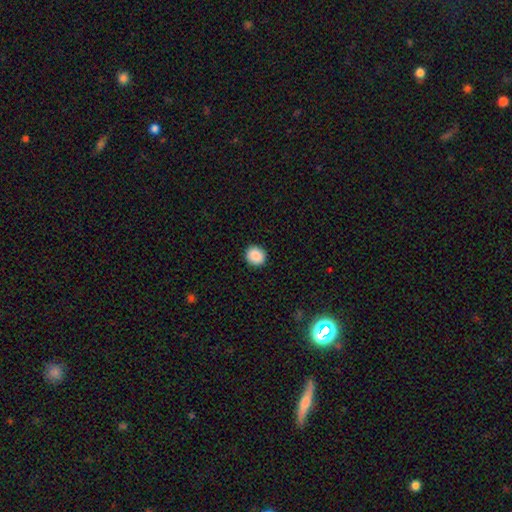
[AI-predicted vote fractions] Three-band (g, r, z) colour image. It shows a smooth galaxy with no disk features (89%) that is round (87%). Merging: none (92%).